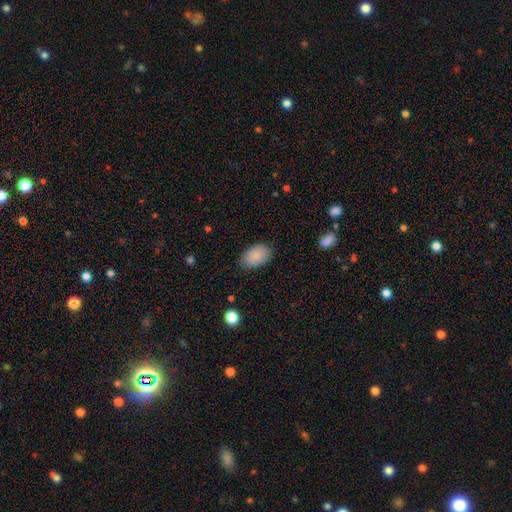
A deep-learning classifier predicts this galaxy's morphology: A smooth galaxy with no disk features (87%) that is in between round and cigar-shaped (91%). Merging: none (81%).